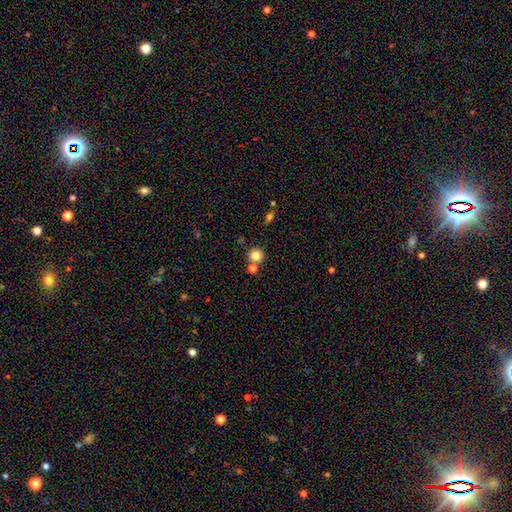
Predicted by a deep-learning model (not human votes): A smooth galaxy with no disk features (82%) that is round (93%). Merging: none (72%).